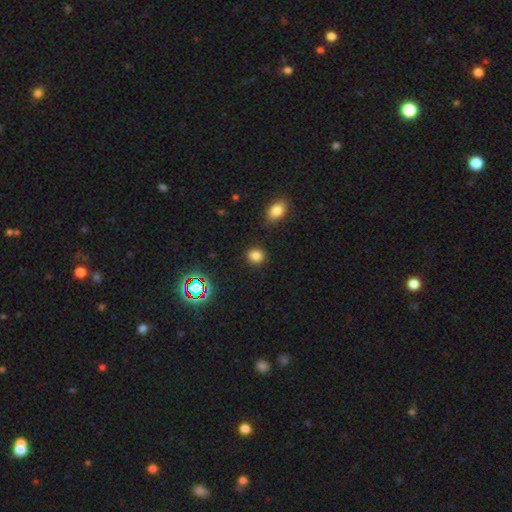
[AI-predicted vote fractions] This is clearly a smooth galaxy (81%). How rounded: likely round (80%). Merging: clearly none (88%).